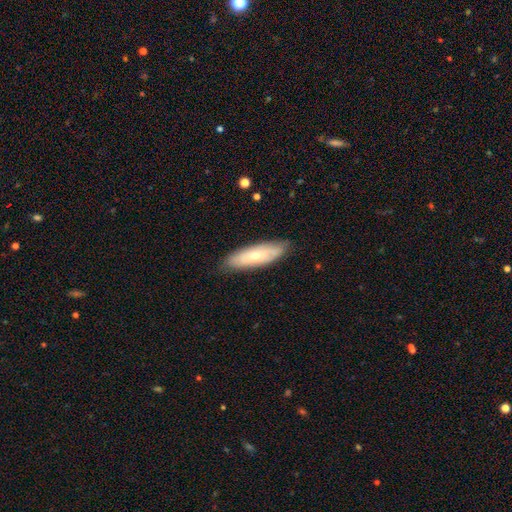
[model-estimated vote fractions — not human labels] A smooth galaxy with no disk features (55%) that is in between round and cigar-shaped (51%). Merging: none (82%).